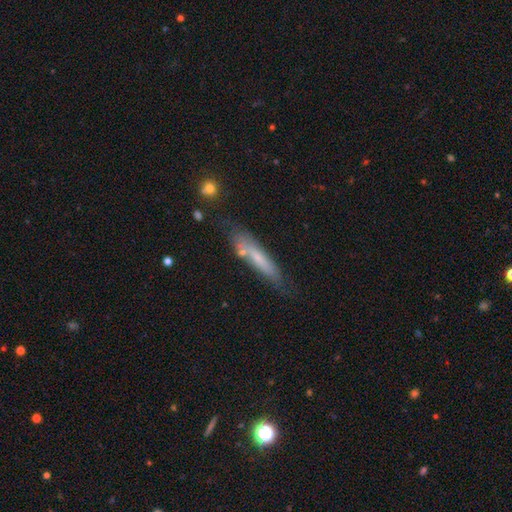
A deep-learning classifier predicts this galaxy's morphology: Smooth or featured? smooth (57%)
How rounded? cigar-shaped (84%)
Merging? none (65%)